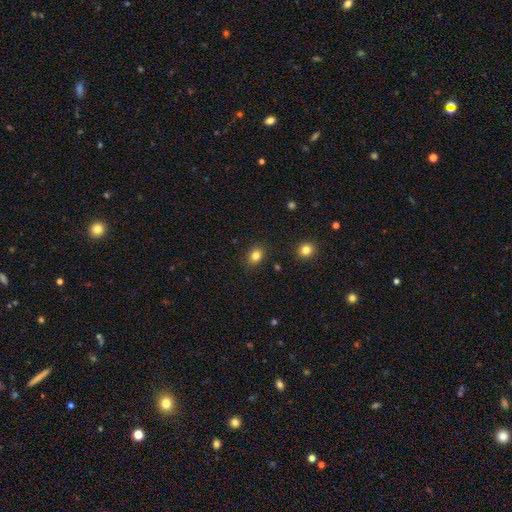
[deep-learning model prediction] Smooth or featured? smooth (83%)
How rounded? in between (61%)
Merging? none (87%)